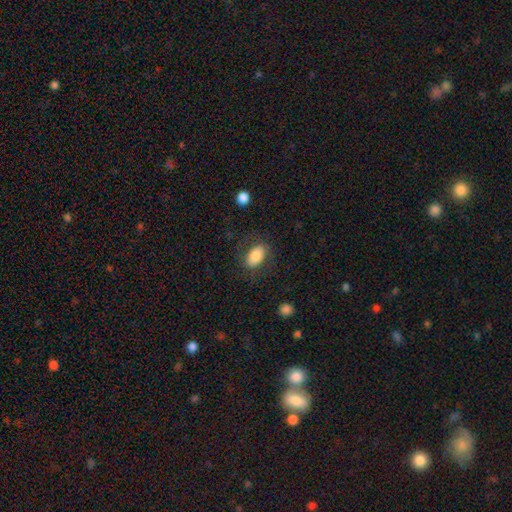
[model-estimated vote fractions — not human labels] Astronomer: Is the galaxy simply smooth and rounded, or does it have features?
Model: smooth — 78%.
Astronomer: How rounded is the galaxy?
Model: in between — 91%.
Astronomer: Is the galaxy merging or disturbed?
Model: none — 75%.